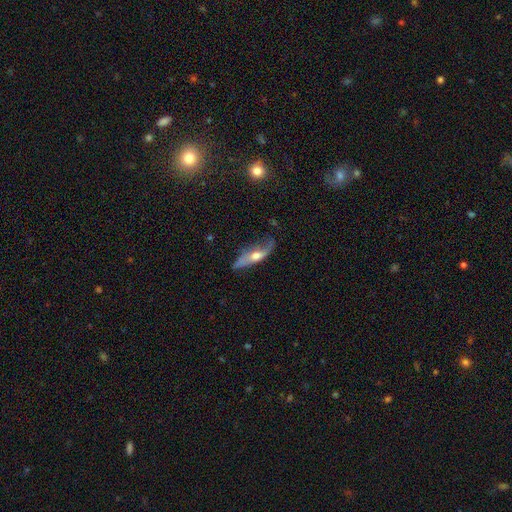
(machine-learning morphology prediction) A featured or disk galaxy (61%) with not edge-on (50%, tied with yes).

Vote fractions:
- Smooth or featured? featured or disk: 61% / smooth: 33% / star or artifact: 6%
- Edge-on disk? no: 50% (tied) / yes: 50% (tied)
- Merging? none: 50% / minor disturbance: 31% / major disturbance: 16% / merger: 4%